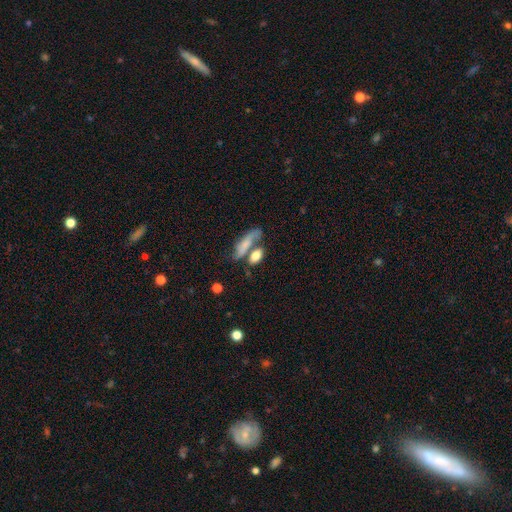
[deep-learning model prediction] This appears to be a smooth galaxy with no disk features (74%) that is in between round and cigar-shaped (75%). Merging: merger (41%).